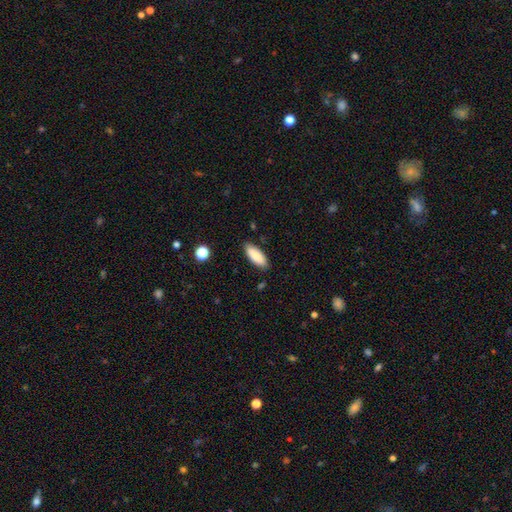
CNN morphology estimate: A smooth galaxy with no disk features (88%) that is in between round and cigar-shaped (77%). Merging: none (86%).